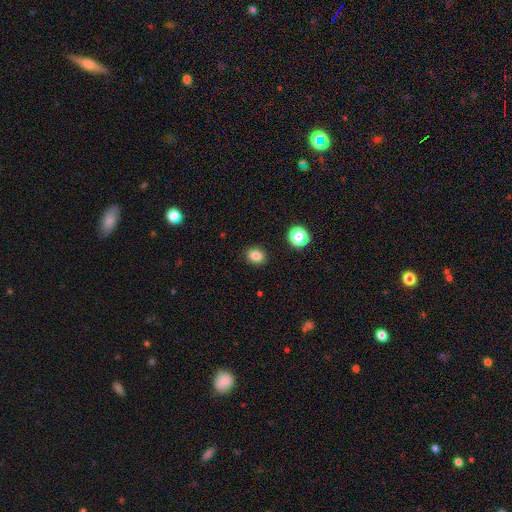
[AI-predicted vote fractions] Overall: smooth (81%). How rounded: round (59%; in between 40%). Merging: none (89%).